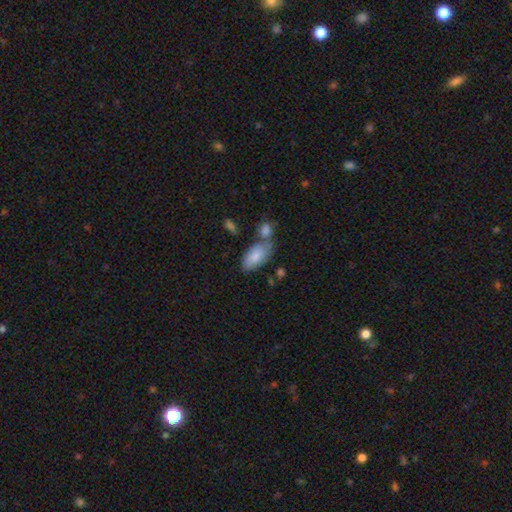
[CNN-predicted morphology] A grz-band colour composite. It shows a smooth galaxy with no disk features (83%) that is in between round and cigar-shaped (93%). Merging: none (55%).